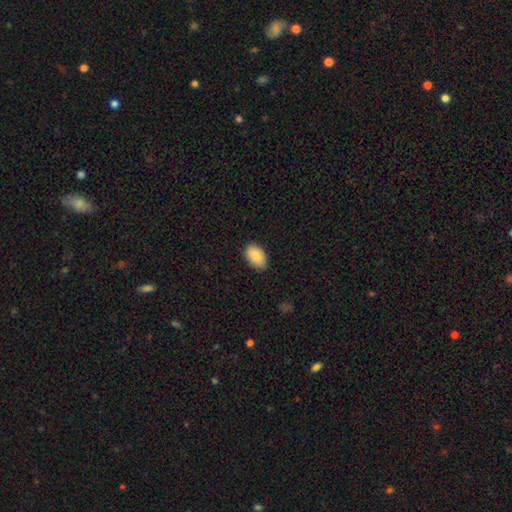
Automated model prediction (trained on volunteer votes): A smooth galaxy with no disk features (90%) that is in between round and cigar-shaped (93%). Merging: none (86%).